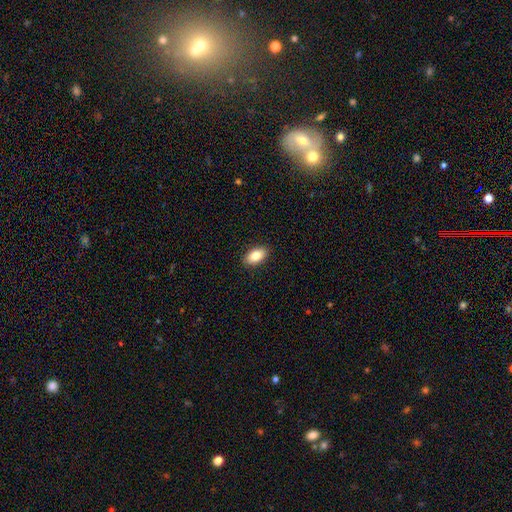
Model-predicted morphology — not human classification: smooth 83%, featured or disk 10%, star or artifact 7%. Down the decision tree: how rounded — in between (92%); merging — none (90%).